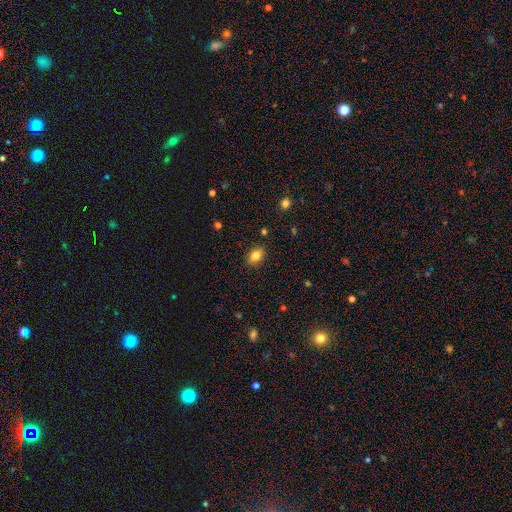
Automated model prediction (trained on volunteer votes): Smooth or featured?
  - smooth: 82% *
  - star or artifact: 10%
  - featured or disk: 8%
How rounded?
  - in between: 79% *
  - round: 20%
  - cigar-shaped: 2%
Merging?
  - none: 87% *
  - minor disturbance: 9%
  - major disturbance: 2%
  - merger: 1%